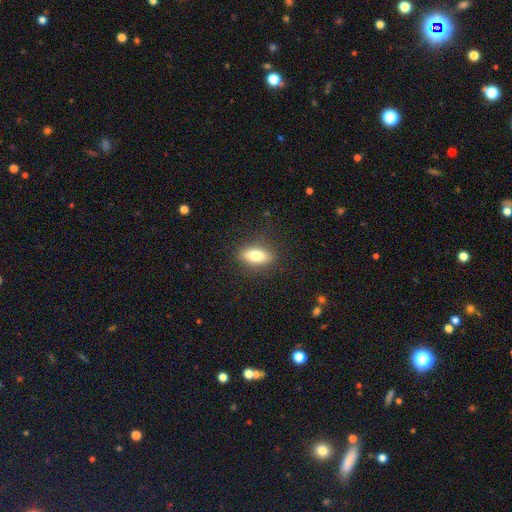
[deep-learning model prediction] smooth_or_featured: smooth (p=0.75) [alt: featured or disk p=0.17]
how_rounded: in between (p=0.75) [alt: cigar-shaped p=0.19]
merging: none (p=0.87) [alt: minor disturbance p=0.09]